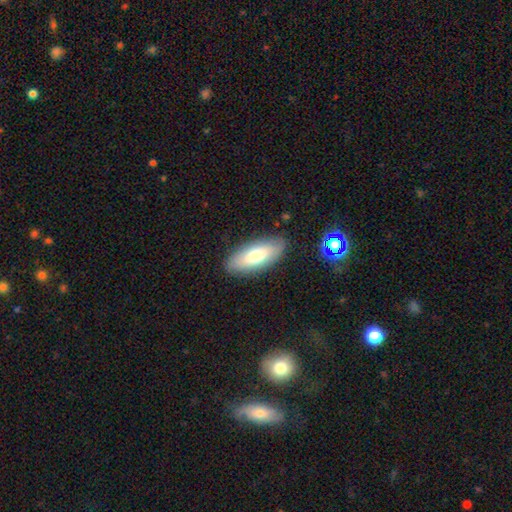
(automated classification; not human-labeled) smooth 70%, featured or disk 23%, star or artifact 7%. Down the decision tree: how rounded — in between (78%); merging — none (86%).